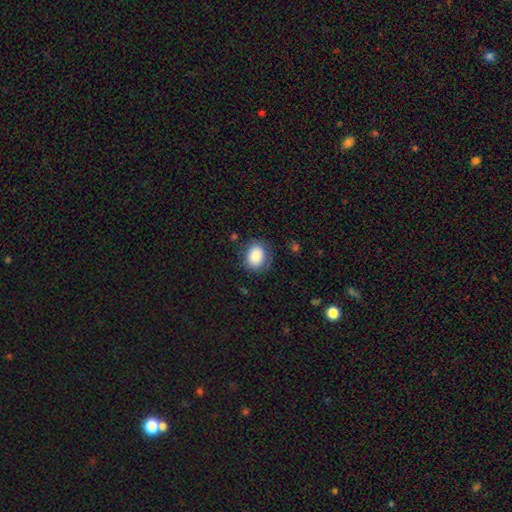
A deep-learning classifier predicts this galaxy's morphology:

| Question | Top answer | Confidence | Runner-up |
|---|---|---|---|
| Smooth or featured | smooth | 85% | star or artifact (8%) |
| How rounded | in between | 53% | round (46%) |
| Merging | none | 74% | minor disturbance (18%) |